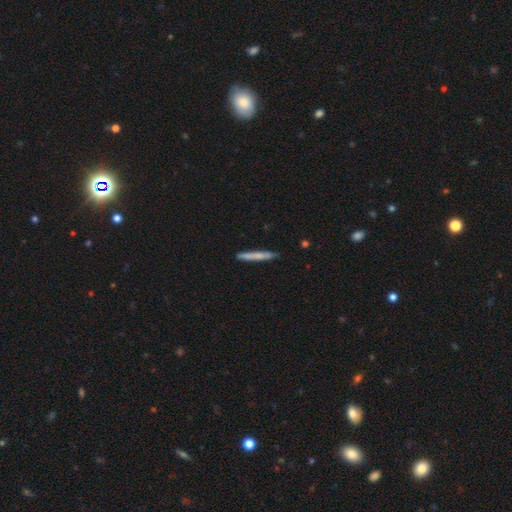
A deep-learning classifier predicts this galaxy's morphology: Smooth or featured?
  - smooth: 65% *
  - featured or disk: 30%
  - star or artifact: 6%
How rounded?
  - cigar-shaped: 96% *
  - in between: 3%
  - round: 1%
Merging?
  - none: 87% *
  - minor disturbance: 10%
  - major disturbance: 2%
  - merger: 1%